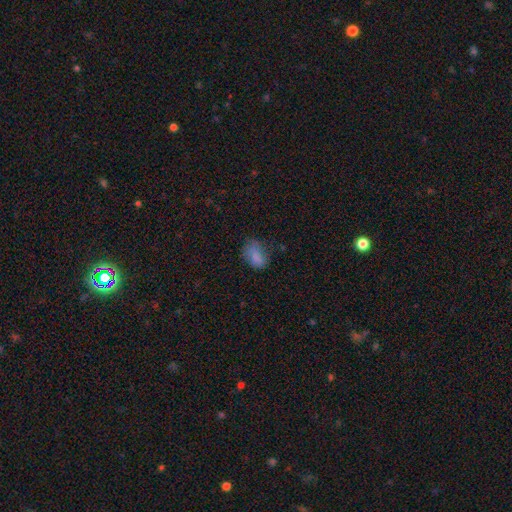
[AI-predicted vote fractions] Smooth or featured: smooth — 78% (star or artifact — 12%)
How rounded: in between — 80% (round — 19%)
Merging: none — 53% (minor disturbance — 29%)